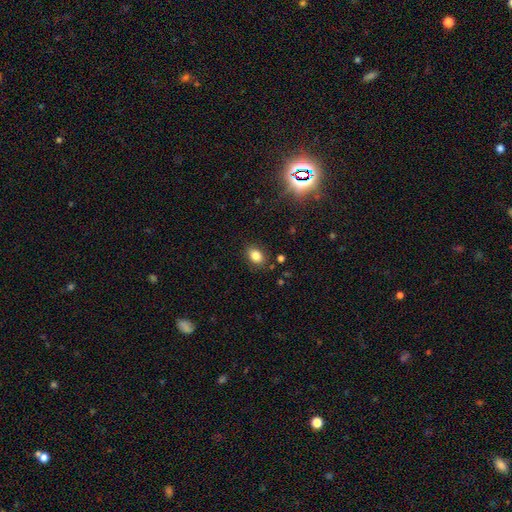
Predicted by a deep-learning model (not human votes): Q: Smooth or featured?
A: smooth (82%); runner-up: star or artifact (11%)
Q: How rounded?
A: in between (73%); runner-up: round (25%)
Q: Merging?
A: none (84%); runner-up: minor disturbance (11%)